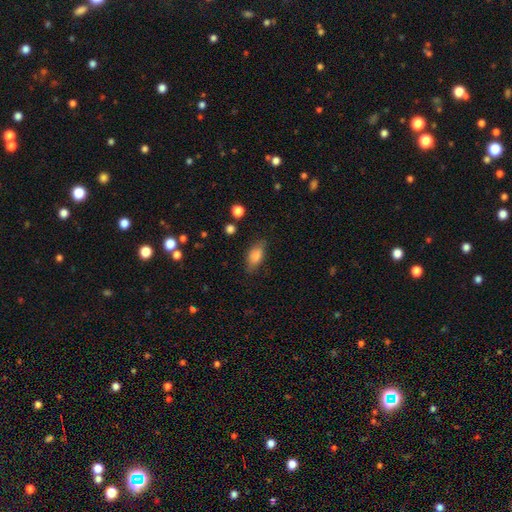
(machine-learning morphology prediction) Smooth or featured?
  - smooth: 83% *
  - featured or disk: 9%
  - star or artifact: 8%
How rounded?
  - in between: 87% *
  - cigar-shaped: 9%
  - round: 4%
Merging?
  - none: 77% *
  - minor disturbance: 17%
  - major disturbance: 4%
  - merger: 2%